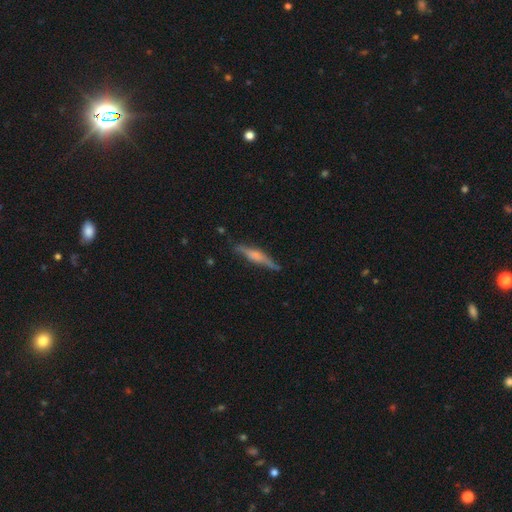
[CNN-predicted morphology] This is likely a featured or disk galaxy (65%). It is clearly viewed edge-on (97%). Edge-on bulge: likely rounded (64%). Merging: clearly none (82%).